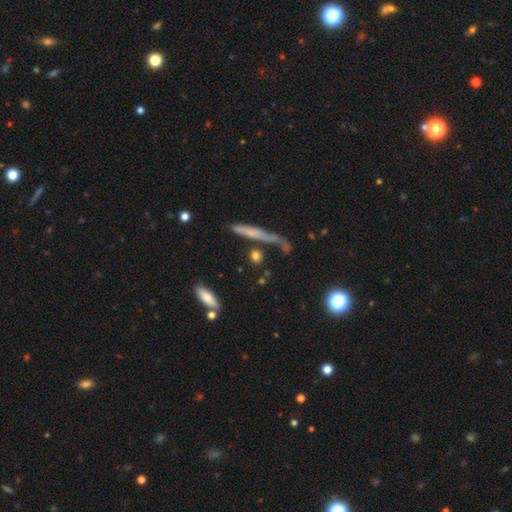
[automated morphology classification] type=smooth (71%); roundness=round (50%); merging=none (63%).